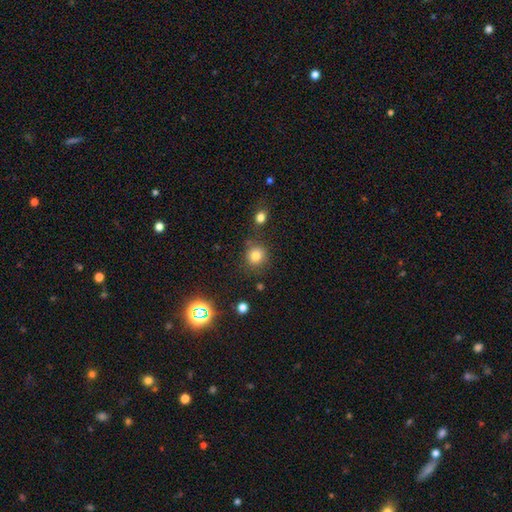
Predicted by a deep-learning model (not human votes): Smooth or featured?
  - smooth: 78% *
  - star or artifact: 15%
  - featured or disk: 7%
How rounded?
  - round: 86% *
  - in between: 13%
  - cigar-shaped: 1%
Merging?
  - none: 76% *
  - minor disturbance: 12%
  - merger: 7%
  - major disturbance: 4%